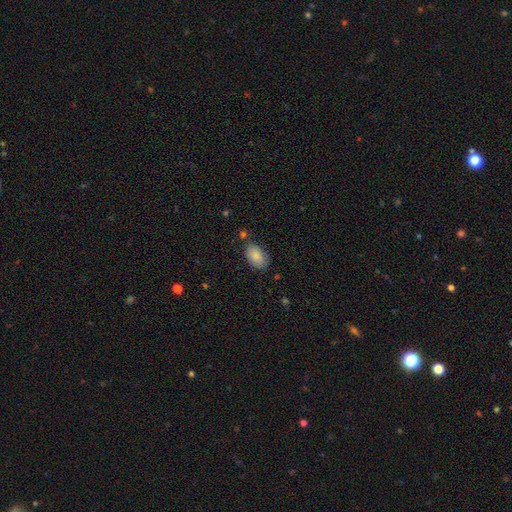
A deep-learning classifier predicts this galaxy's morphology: smooth-or-featured: smooth: 87% | star or artifact: 7% | featured or disk: 6%
  how-rounded: in between: 93% | round: 6% | cigar-shaped: 1%
  merging: none: 80% | minor disturbance: 14% | merger: 3% | major disturbance: 3%